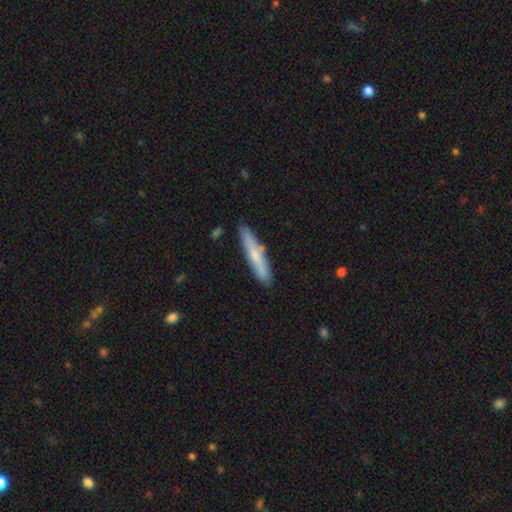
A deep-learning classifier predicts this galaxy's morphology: The model was most divided on "smooth or featured": smooth: 62%, featured or disk: 33%, star or artifact: 6%. More confident: how rounded — cigar-shaped (90%); merging — none (80%).